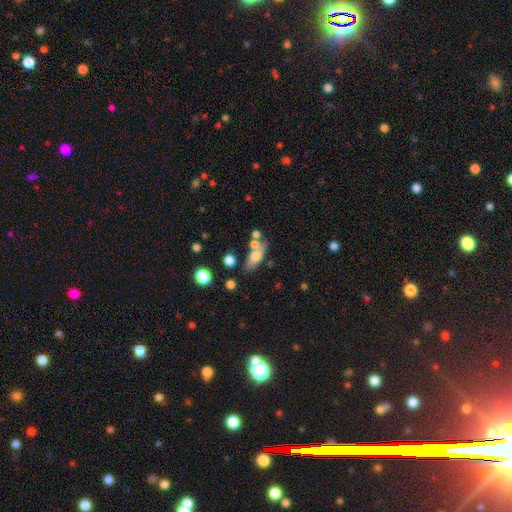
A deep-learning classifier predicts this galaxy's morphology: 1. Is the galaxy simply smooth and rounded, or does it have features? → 65% smooth, 26% featured or disk, 9% star or artifact.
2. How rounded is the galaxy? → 72% in between, 21% cigar-shaped, 7% round.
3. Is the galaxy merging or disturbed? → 59% none, 21% merger, 15% minor disturbance, 5% major disturbance.